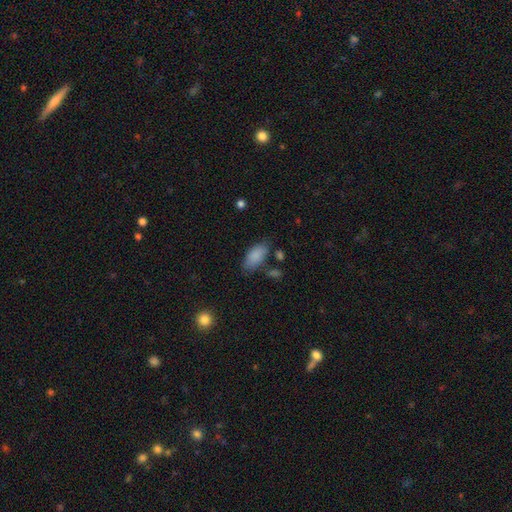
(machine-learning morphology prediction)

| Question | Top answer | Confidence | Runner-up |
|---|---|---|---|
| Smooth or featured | smooth | 87% | star or artifact (7%) |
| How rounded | in between | 91% | cigar-shaped (6%) |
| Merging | none | 70% | minor disturbance (19%) |